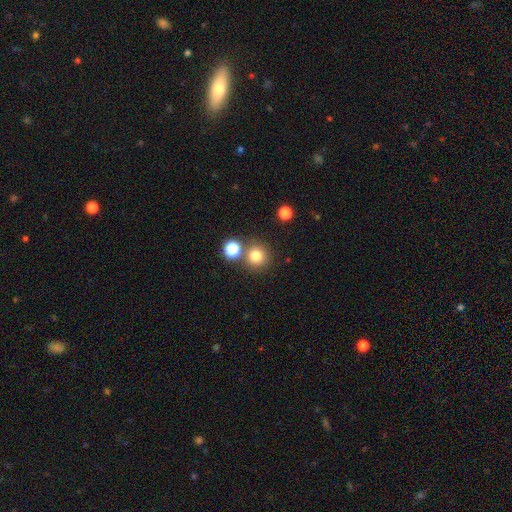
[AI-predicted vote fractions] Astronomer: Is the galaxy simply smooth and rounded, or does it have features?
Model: smooth — 78%.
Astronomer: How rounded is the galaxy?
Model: round — 93%.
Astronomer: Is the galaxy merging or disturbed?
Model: none — 75%.